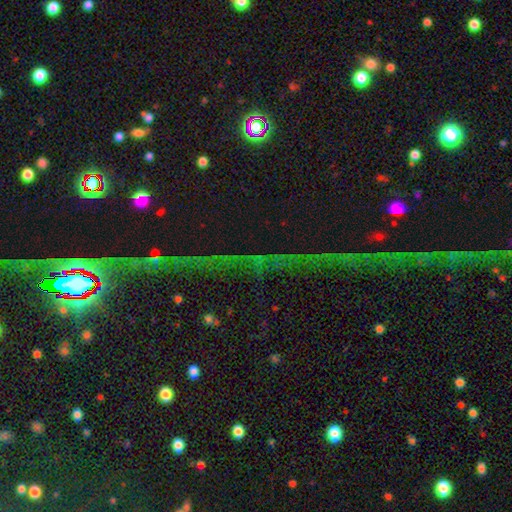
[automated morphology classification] Smooth or featured? star or artifact (75%)